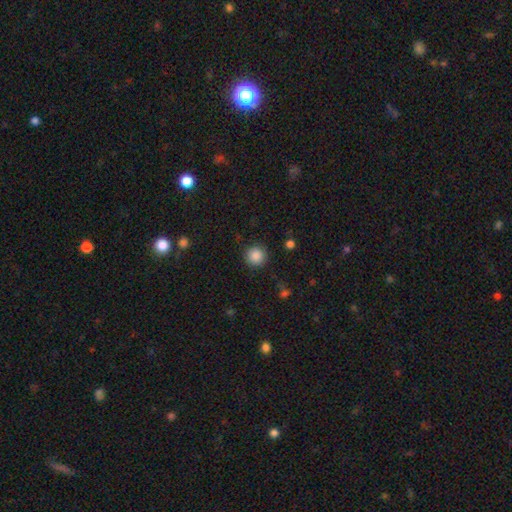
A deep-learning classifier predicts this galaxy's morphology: Q: Smooth or featured?
A: smooth (87%); runner-up: star or artifact (10%)
Q: How rounded?
A: round (95%); runner-up: in between (4%)
Q: Merging?
A: none (90%); runner-up: minor disturbance (6%)